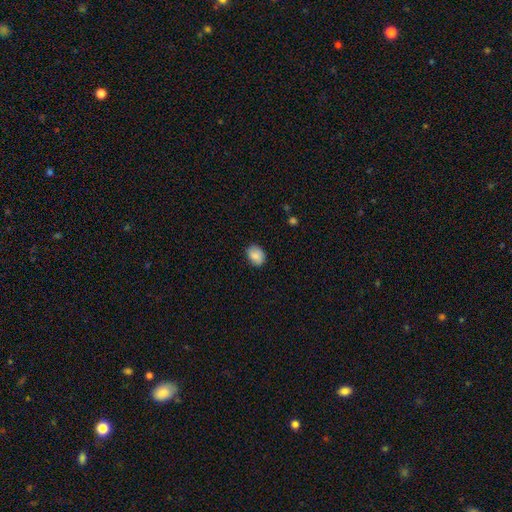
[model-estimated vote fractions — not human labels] Smooth or featured? smooth (85%)
How rounded? in between (64%)
Merging? none (81%)